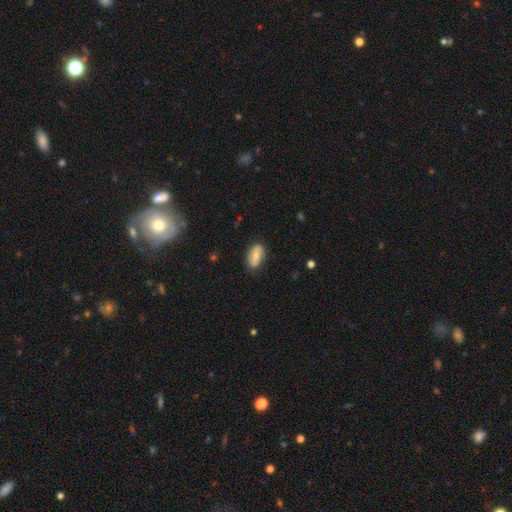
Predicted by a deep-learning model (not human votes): smooth 62%, featured or disk 31%, star or artifact 7%. Down the decision tree: how rounded — in between (90%); merging — none (80%).